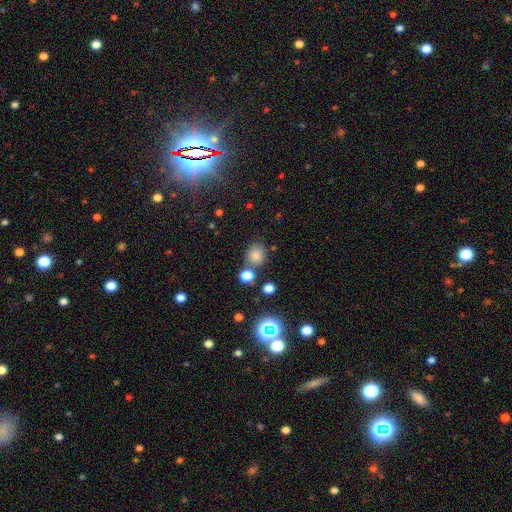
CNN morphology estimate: This appears to be a smooth galaxy with no disk features (77%) that is round (71%). Merging: none (71%).